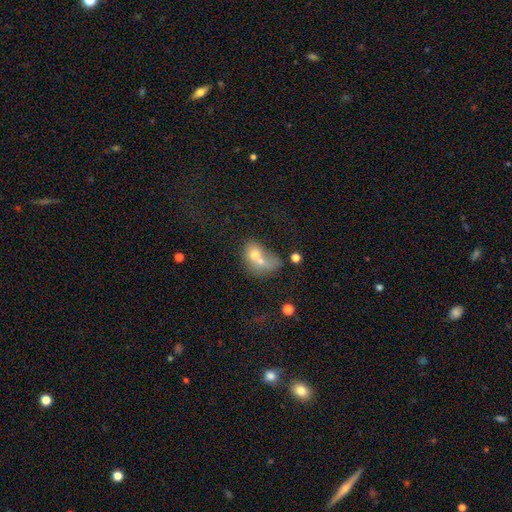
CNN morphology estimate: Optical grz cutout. It shows a smooth galaxy with no disk features (59%) that is in between round and cigar-shaped (59%). Merging: merger (71%).